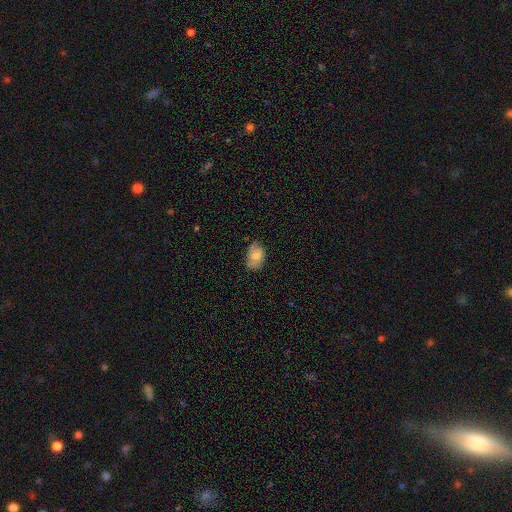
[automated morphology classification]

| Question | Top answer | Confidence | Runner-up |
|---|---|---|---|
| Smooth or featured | smooth | 74% | featured or disk (18%) |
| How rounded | in between | 85% | round (14%) |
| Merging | none | 59% | minor disturbance (32%) |